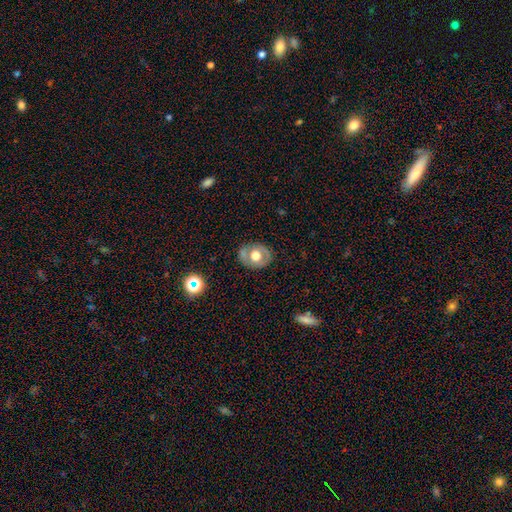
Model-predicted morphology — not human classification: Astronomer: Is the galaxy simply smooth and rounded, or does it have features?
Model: smooth — 51% (runner-up: featured or disk, 41%).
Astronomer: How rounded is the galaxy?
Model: round — 56% (runner-up: in between, 43%).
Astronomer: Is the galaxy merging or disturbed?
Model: none — 73%.